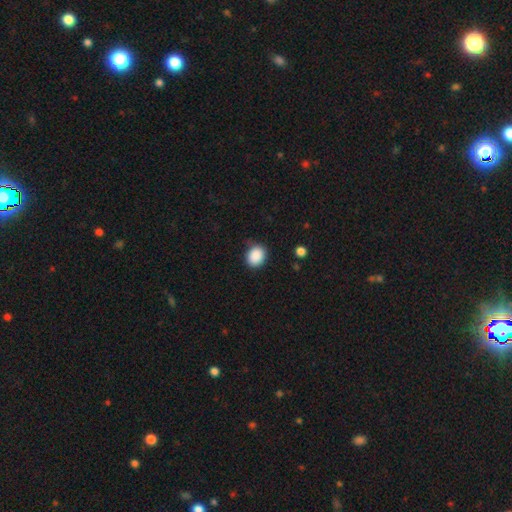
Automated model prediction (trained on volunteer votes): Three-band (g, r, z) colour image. It shows a smooth galaxy with no disk features (89%) that is round (58%). Merging: none (79%).